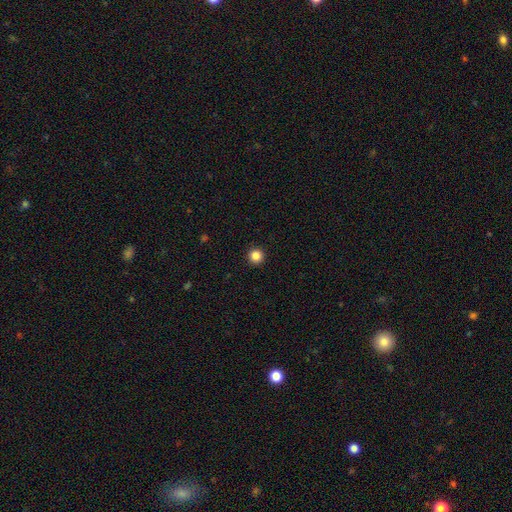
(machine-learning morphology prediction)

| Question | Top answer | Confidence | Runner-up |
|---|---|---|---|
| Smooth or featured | smooth | 85% | star or artifact (11%) |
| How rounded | round | 96% | in between (3%) |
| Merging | none | 94% | minor disturbance (4%) |